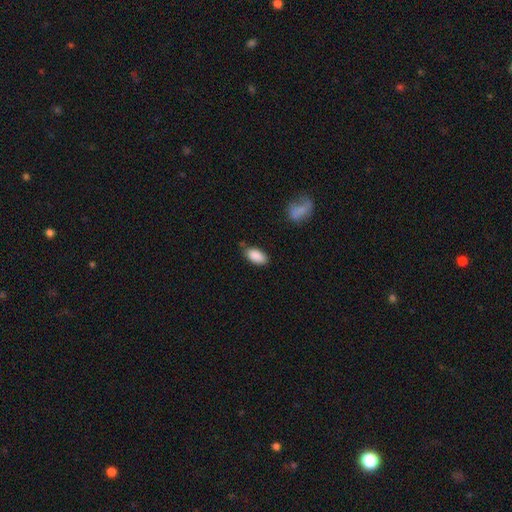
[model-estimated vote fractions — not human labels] smooth_or_featured: smooth (p=0.89) [alt: star or artifact p=0.07]
how_rounded: in between (p=0.94) [alt: cigar-shaped p=0.03]
merging: none (p=0.73) [alt: minor disturbance p=0.20]